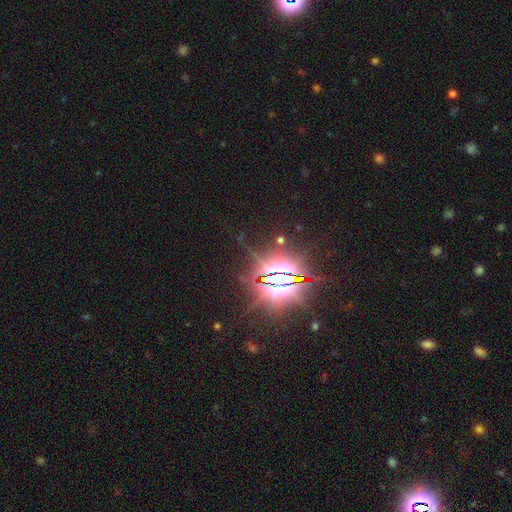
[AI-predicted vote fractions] This is clearly a star or artifact rather than a galaxy (85%).